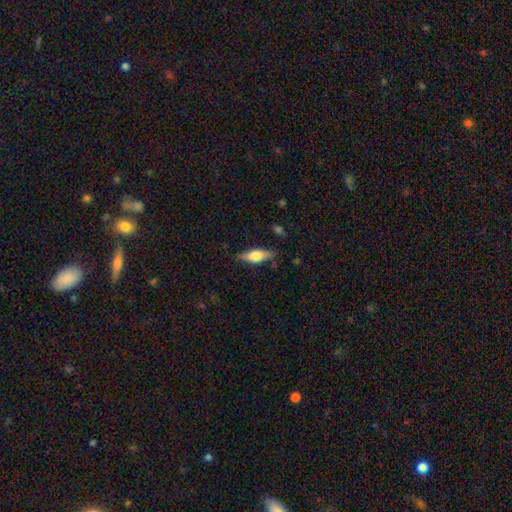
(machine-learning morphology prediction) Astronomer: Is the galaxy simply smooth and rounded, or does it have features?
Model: smooth — 48% (runner-up: featured or disk, 46%).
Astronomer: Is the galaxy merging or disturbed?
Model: none — 81%.